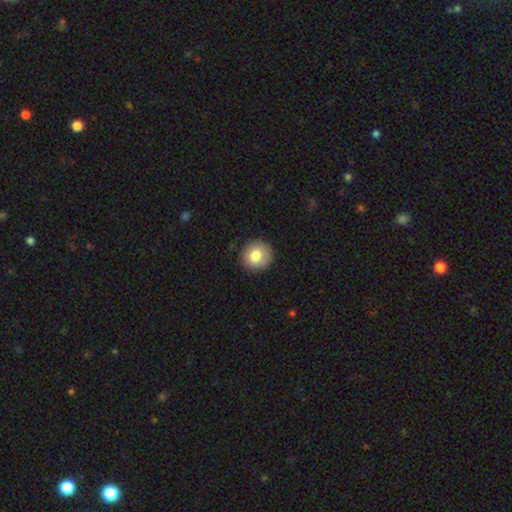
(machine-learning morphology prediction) The model was most divided on "smooth or featured": smooth: 81%, featured or disk: 10%, star or artifact: 8%. More confident: how rounded — round (92%); merging — none (89%).